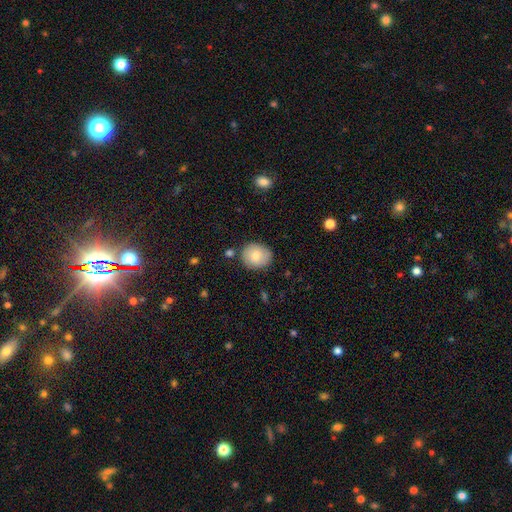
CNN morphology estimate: This appears to be a smooth galaxy with no disk features (79%) that is round (72%). Merging: none (83%).